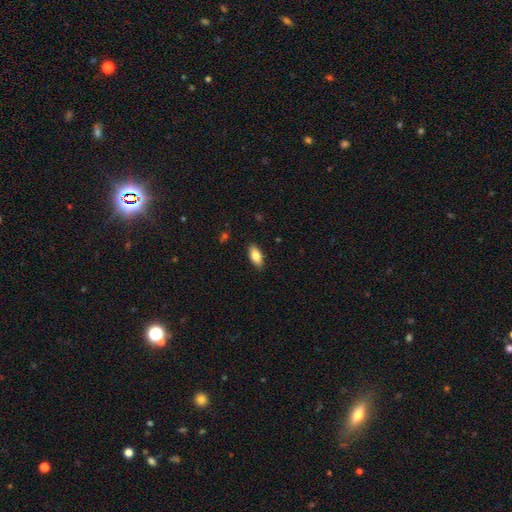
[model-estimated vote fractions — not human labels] A smooth galaxy with no disk features (82%) that is in between round and cigar-shaped (90%). Merging: none (88%).